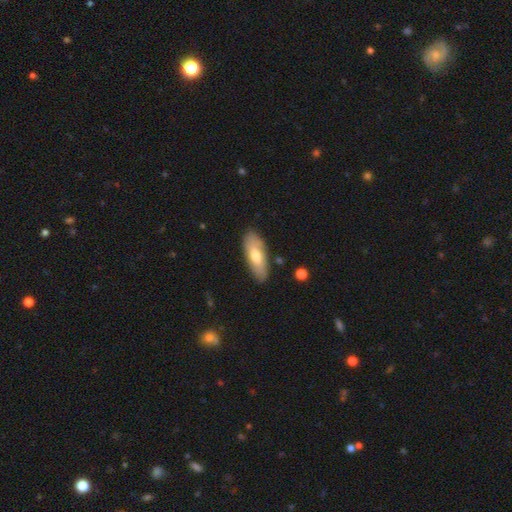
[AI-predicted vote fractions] Smooth or featured? smooth (62%)
How rounded? in between (76%)
Merging? none (83%)